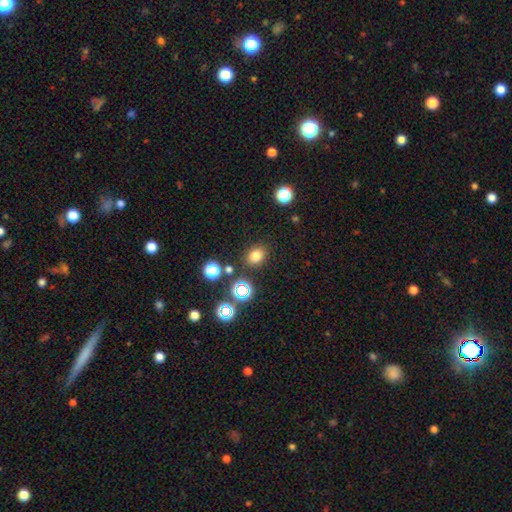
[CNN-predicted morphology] This appears to be a smooth galaxy with no disk features (76%) that is round (52%). Merging: none (84%).